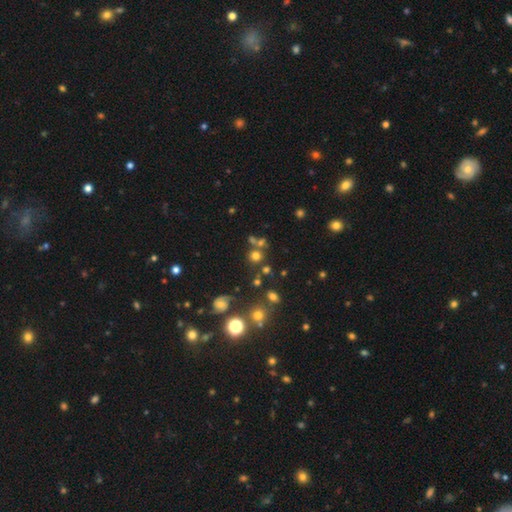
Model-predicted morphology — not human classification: smooth 64%, star or artifact 21%, featured or disk 14%. Down the decision tree: how rounded — round (88%); merging — none (63%).